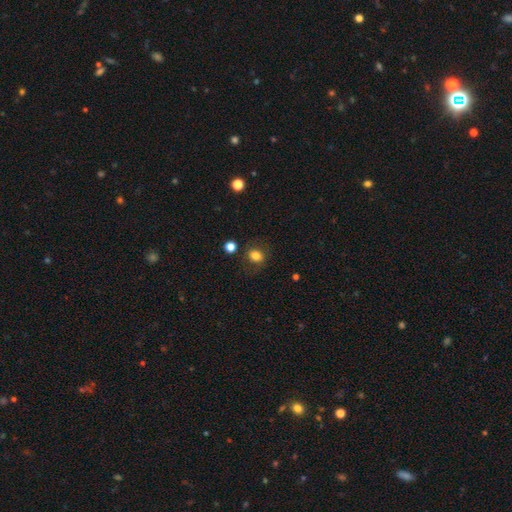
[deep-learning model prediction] The model was most divided on "how rounded": round: 65%, in between: 34%, cigar-shaped: 1%. More confident: smooth or featured — smooth (79%); merging — none (78%).